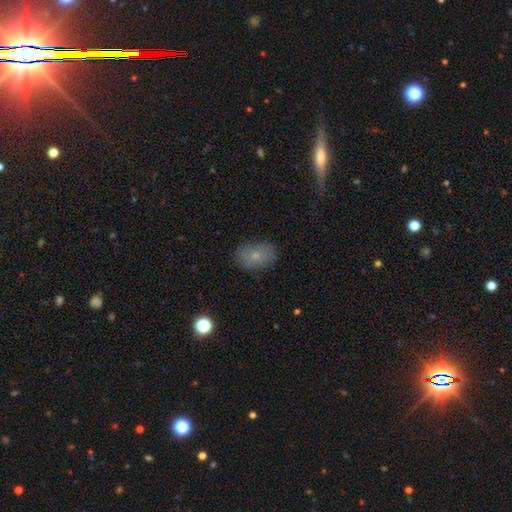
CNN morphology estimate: smooth_or_featured: smooth (p=0.69) [alt: featured or disk p=0.20]
how_rounded: in between (p=0.81) [alt: round p=0.17]
merging: none (p=0.80) [alt: minor disturbance p=0.15]